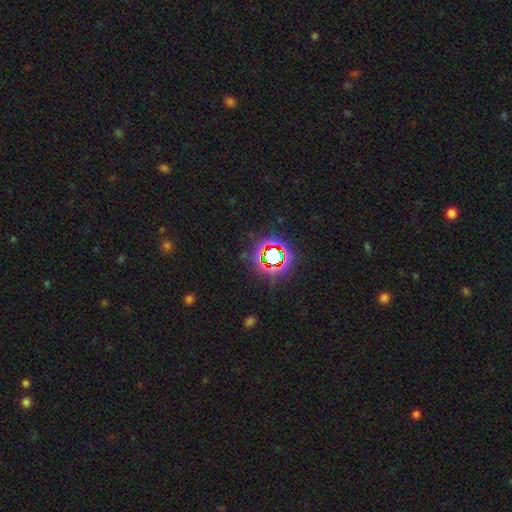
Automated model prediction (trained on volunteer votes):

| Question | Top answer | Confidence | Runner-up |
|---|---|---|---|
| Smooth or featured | star or artifact | 78% | smooth (13%) |